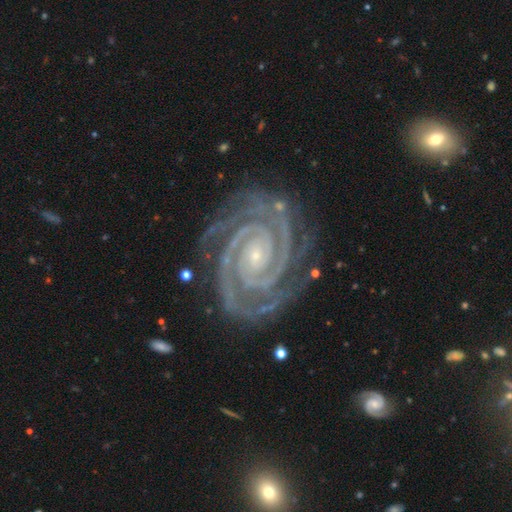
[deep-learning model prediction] Q: Smooth or featured?
A: featured or disk (94%); runner-up: star or artifact (4%)
Q: Edge-on disk?
A: no (98%); runner-up: yes (2%)
Q: Bar?
A: no (62%); runner-up: weak (21%)
Q: Spiral arms?
A: yes (99%); runner-up: no (1%)
Q: Spiral winding?
A: tight (88%); runner-up: medium (10%)
Q: Spiral arm count?
A: 2 (72%); runner-up: 3 (11%)
Q: Bulge size?
A: small (83%); runner-up: moderate (14%)
Q: Merging?
A: none (81%); runner-up: minor disturbance (13%)